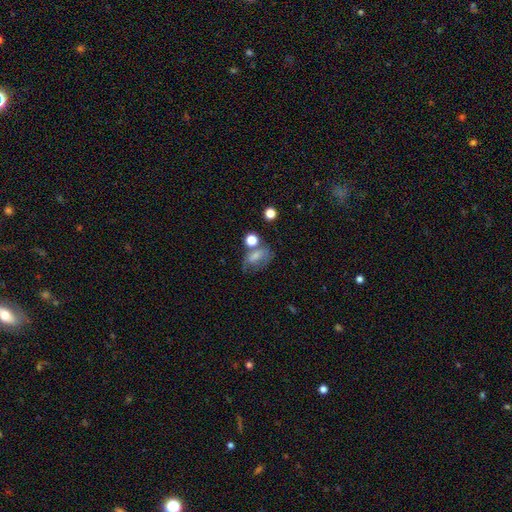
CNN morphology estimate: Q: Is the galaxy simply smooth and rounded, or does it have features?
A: smooth — 62%.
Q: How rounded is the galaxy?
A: in between — 72%.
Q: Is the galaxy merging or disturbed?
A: none — 39%.